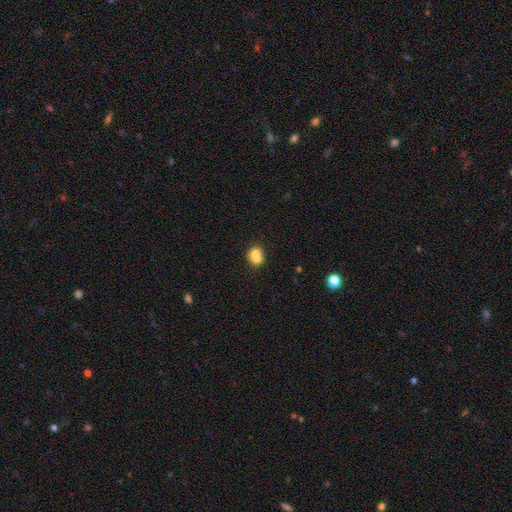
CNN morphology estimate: The model was most divided on "merging": merger: 43%, none: 40%, minor disturbance: 13%, major disturbance: 4%. More confident: smooth or featured — smooth (76%); how rounded — round (52%).